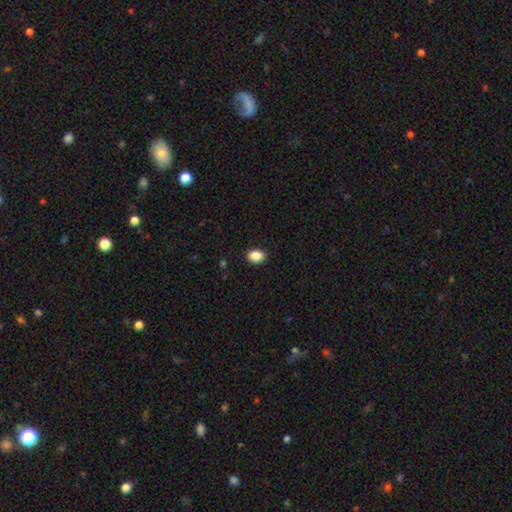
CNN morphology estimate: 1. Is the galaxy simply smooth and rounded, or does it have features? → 88% smooth, 9% star or artifact, 3% featured or disk.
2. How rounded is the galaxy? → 70% in between, 29% round, 1% cigar-shaped.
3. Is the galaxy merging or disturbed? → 90% none, 7% minor disturbance, 2% major disturbance, 1% merger.